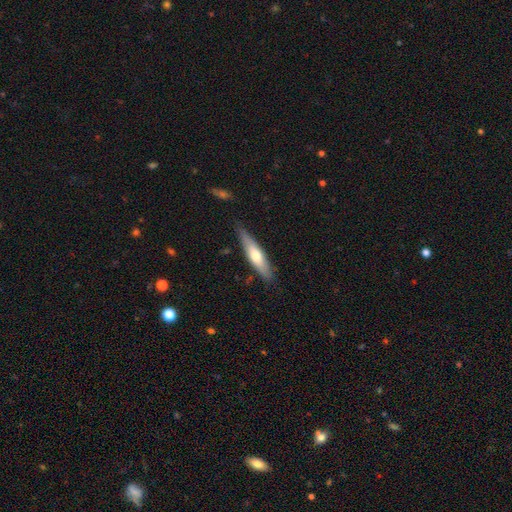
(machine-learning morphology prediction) Overall: smooth (57%; featured or disk 38%). How rounded: cigar-shaped (73%). Merging: none (81%).